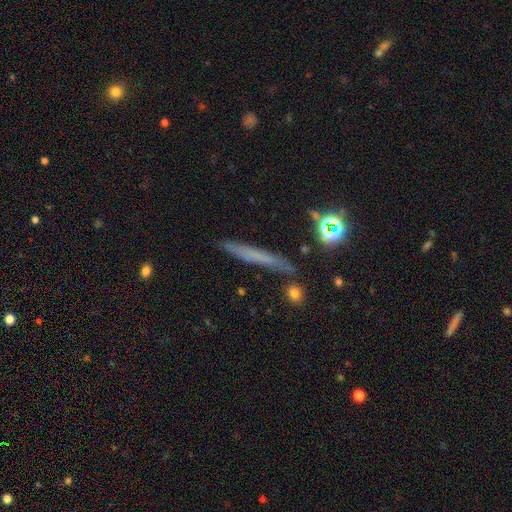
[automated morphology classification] Q: Smooth or featured?
A: smooth (48%); runner-up: featured or disk (36%)
Q: Merging?
A: none (81%); runner-up: minor disturbance (12%)